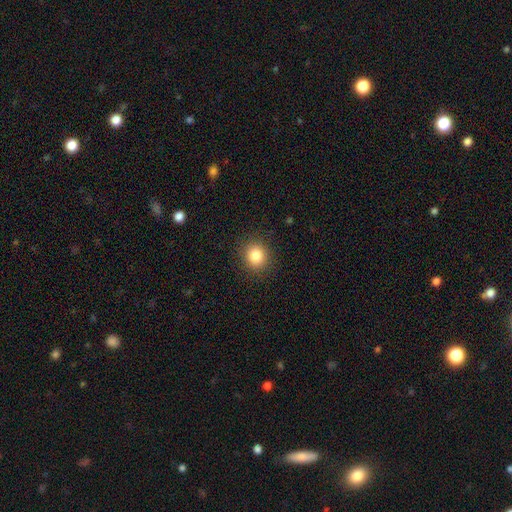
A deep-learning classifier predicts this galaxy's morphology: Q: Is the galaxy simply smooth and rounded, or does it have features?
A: smooth — 84%.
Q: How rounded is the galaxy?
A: round — 86%.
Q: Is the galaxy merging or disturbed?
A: none — 90%.